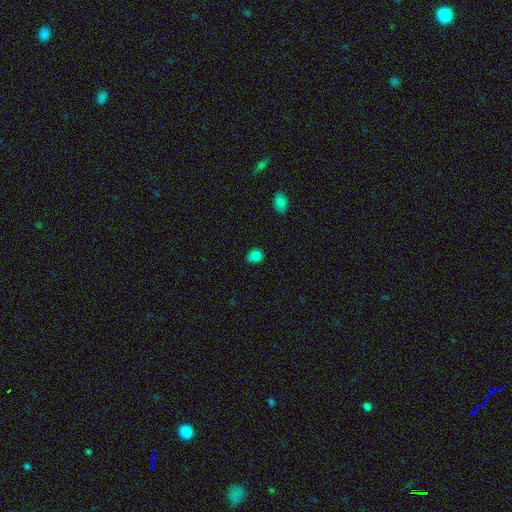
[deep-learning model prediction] Morphology: type=smooth (83%); roundness=round (69%); merging=none (69%).